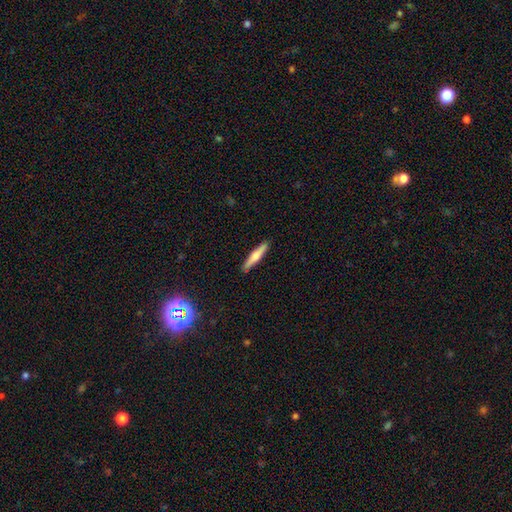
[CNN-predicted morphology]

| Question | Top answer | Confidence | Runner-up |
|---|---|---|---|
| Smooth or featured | smooth | 59% | featured or disk (36%) |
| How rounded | cigar-shaped | 90% | in between (8%) |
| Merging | none | 91% | minor disturbance (7%) |